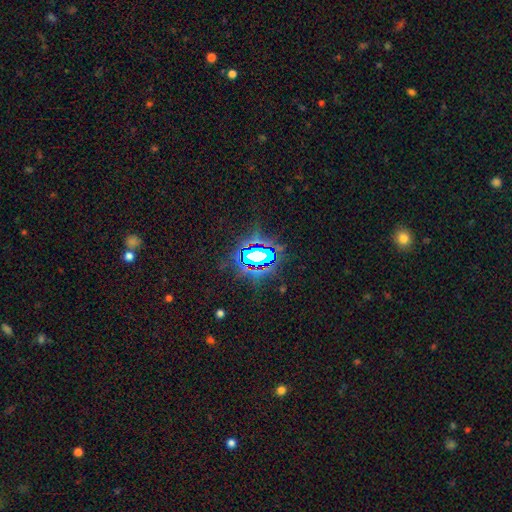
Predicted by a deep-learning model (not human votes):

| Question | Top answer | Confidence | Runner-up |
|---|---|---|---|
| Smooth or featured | star or artifact | 75% | smooth (13%) |